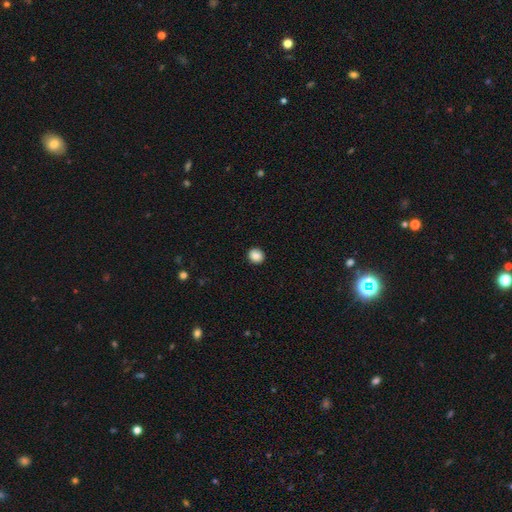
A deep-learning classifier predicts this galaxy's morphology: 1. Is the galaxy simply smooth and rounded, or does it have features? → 88% smooth, 9% star or artifact, 3% featured or disk.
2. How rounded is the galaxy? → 80% round, 19% in between, 1% cigar-shaped.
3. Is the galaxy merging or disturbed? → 91% none, 6% minor disturbance, 2% major disturbance, 1% merger.